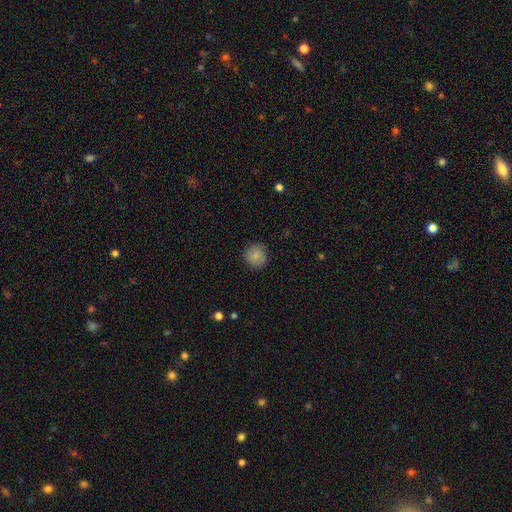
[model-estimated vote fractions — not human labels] Overall: smooth (84%). How rounded: round (92%). Merging: none (87%).